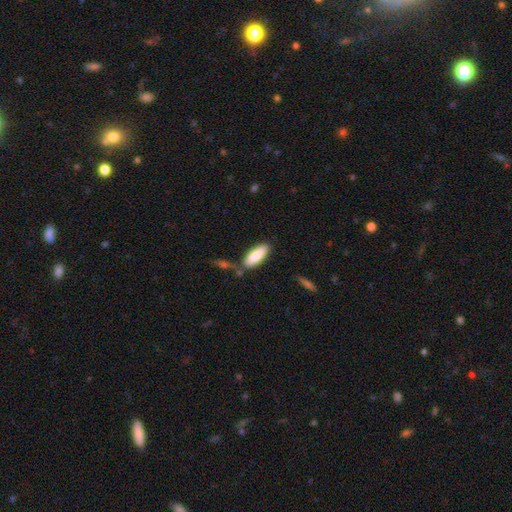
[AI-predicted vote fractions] smooth 84%, featured or disk 10%, star or artifact 6%. Down the decision tree: how rounded — in between (71%); merging — none (70%).